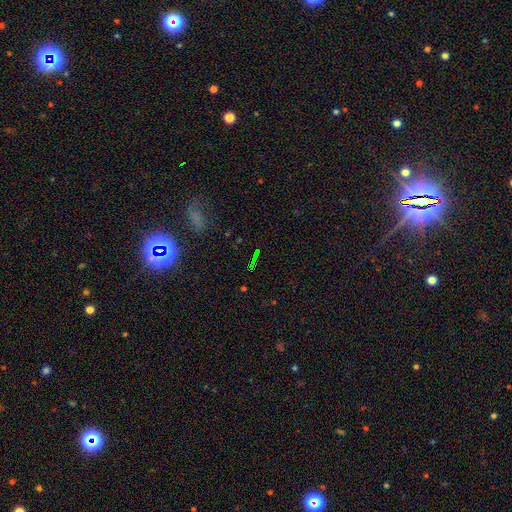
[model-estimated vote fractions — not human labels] star or artifact 64%, smooth 20%, featured or disk 16%.